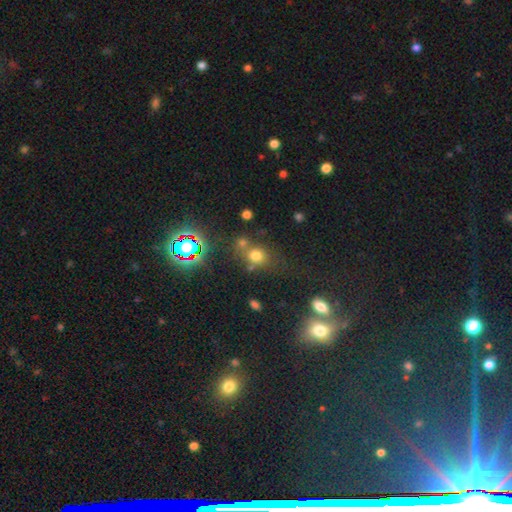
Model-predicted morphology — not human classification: This is likely a smooth galaxy (66%). How rounded: likely round (73%). Merging: possibly none (59%).